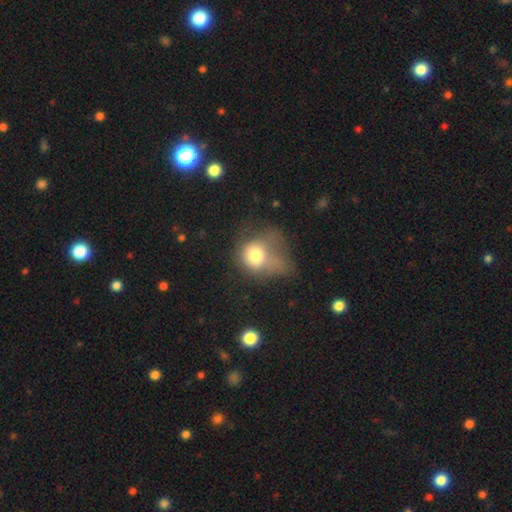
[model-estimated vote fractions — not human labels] Q: Smooth or featured?
A: smooth (70%); runner-up: featured or disk (18%)
Q: How rounded?
A: round (68%); runner-up: in between (31%)
Q: Merging?
A: major disturbance (51%); runner-up: minor disturbance (23%)